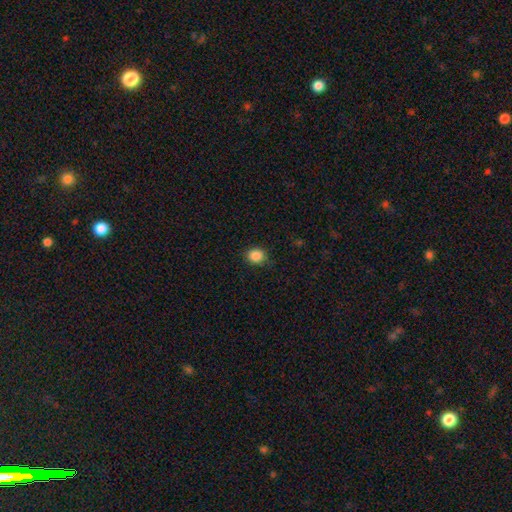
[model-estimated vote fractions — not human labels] smooth 87%, star or artifact 10%, featured or disk 3%. Down the decision tree: how rounded — round (74%); merging — none (83%).